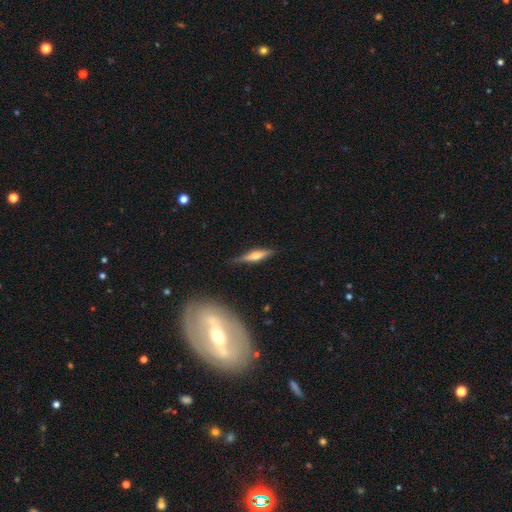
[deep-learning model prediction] Morphology: type=featured or disk (60%); edge-on=yes (95%); edge-on bulge=rounded (90%); merging=none (83%).